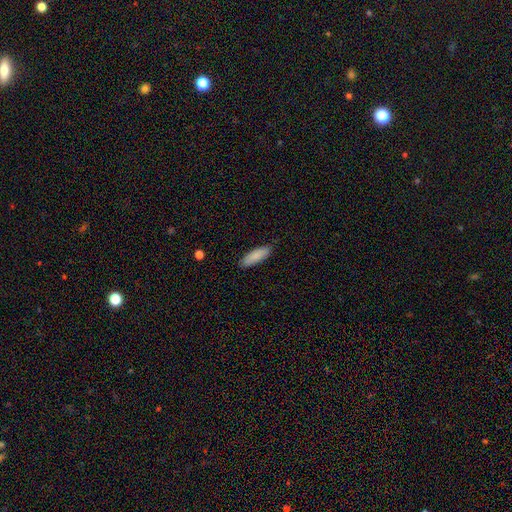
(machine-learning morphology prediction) This appears to be a smooth galaxy with no disk features (87%) that is in between round and cigar-shaped (58%). Merging: none (85%).